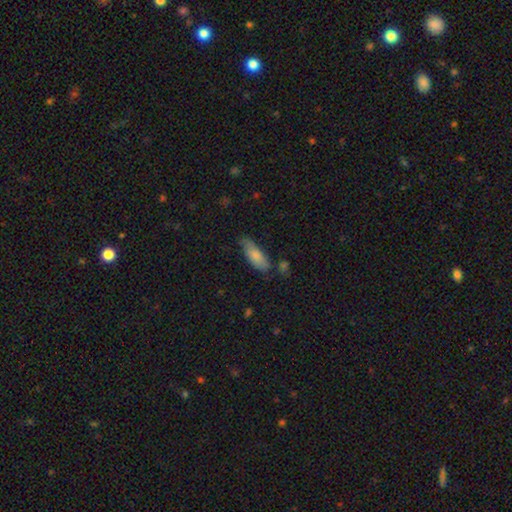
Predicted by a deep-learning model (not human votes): A smooth galaxy with no disk features (78%) that is in between round and cigar-shaped (70%).

Vote fractions:
- Smooth or featured? smooth: 78% / featured or disk: 16% / star or artifact: 6%
- How rounded? in between: 70% / cigar-shaped: 28% / round: 2%
- Merging? none: 63% / minor disturbance: 27% / major disturbance: 6% / merger: 5%